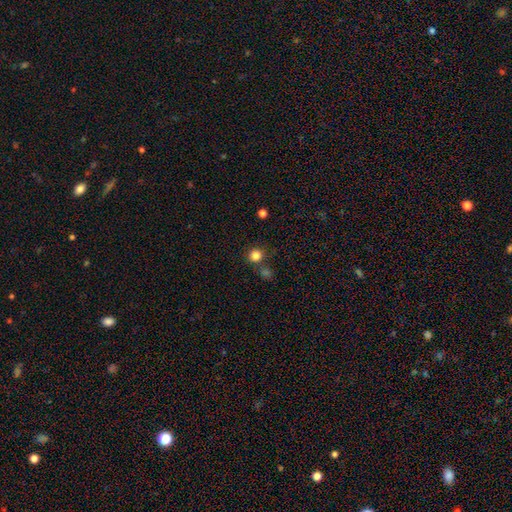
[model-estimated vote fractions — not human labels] A smooth galaxy with no disk features (82%) that is round (90%). Merging: none (76%).